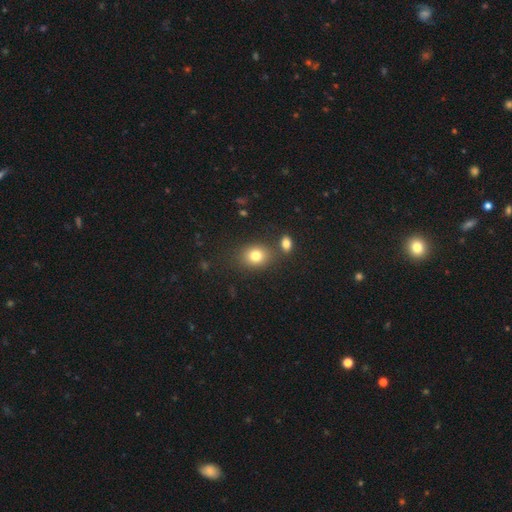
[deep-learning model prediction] This appears to be a smooth galaxy with no disk features (79%) that is round (55%). Merging: none (74%).